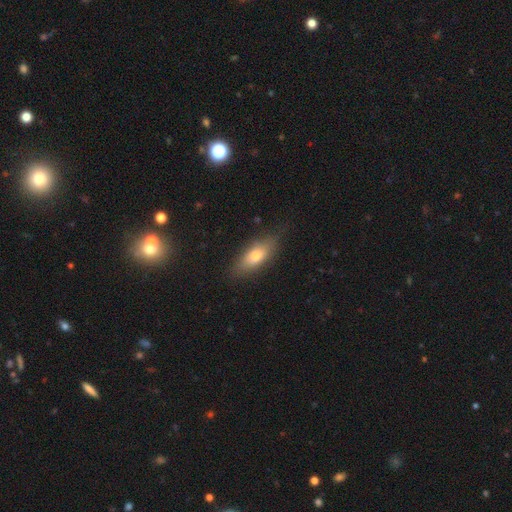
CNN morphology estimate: This appears to be a smooth galaxy with no disk features (72%) that is in between round and cigar-shaped (73%). Merging: none (78%).